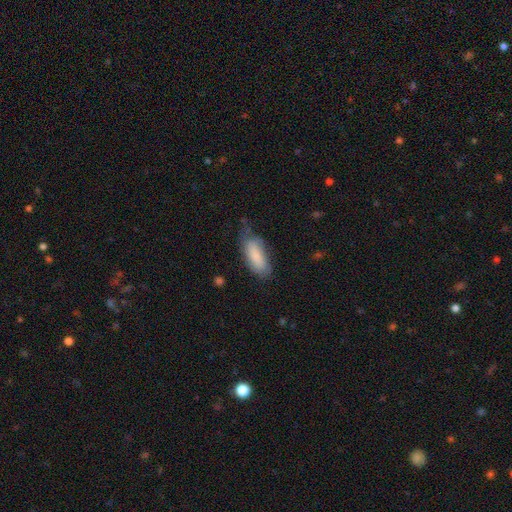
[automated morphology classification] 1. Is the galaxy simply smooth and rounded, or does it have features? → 81% smooth, 13% featured or disk, 6% star or artifact.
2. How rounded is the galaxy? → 80% in between, 19% cigar-shaped, 2% round.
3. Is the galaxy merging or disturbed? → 48% none, 37% minor disturbance, 13% major disturbance, 2% merger.